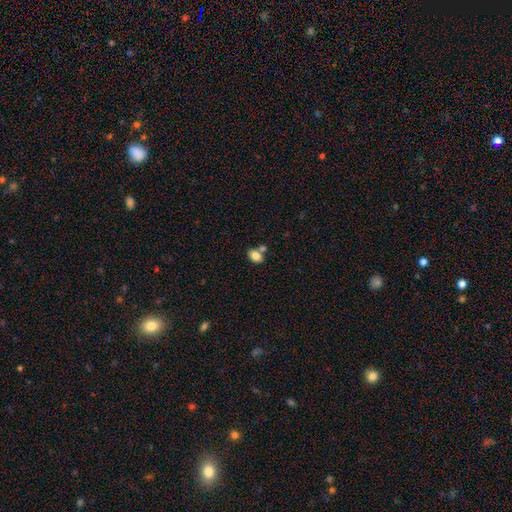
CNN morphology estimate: Q: Smooth or featured?
A: smooth (83%); runner-up: star or artifact (9%)
Q: How rounded?
A: in between (76%); runner-up: round (22%)
Q: Merging?
A: none (58%); runner-up: merger (27%)